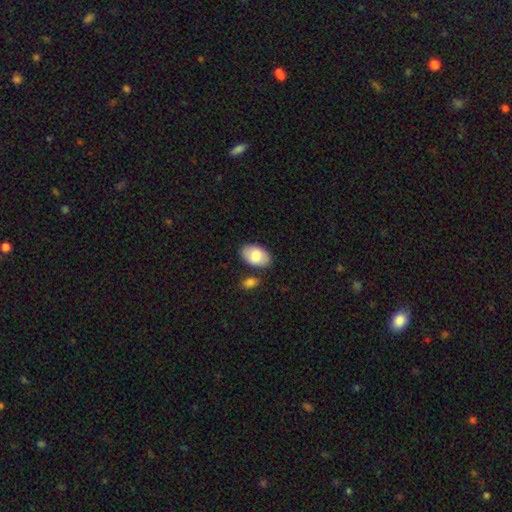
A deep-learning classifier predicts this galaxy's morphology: Q: Smooth or featured?
A: smooth (80%); runner-up: featured or disk (14%)
Q: How rounded?
A: in between (93%); runner-up: round (6%)
Q: Merging?
A: none (79%); runner-up: minor disturbance (12%)